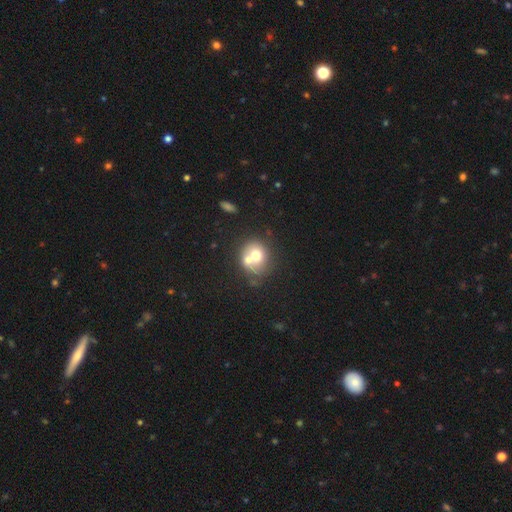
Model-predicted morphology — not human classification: Smooth or featured: smooth — 62% (featured or disk — 28%)
How rounded: round — 77% (in between — 22%)
Merging: merger — 52% (none — 34%)